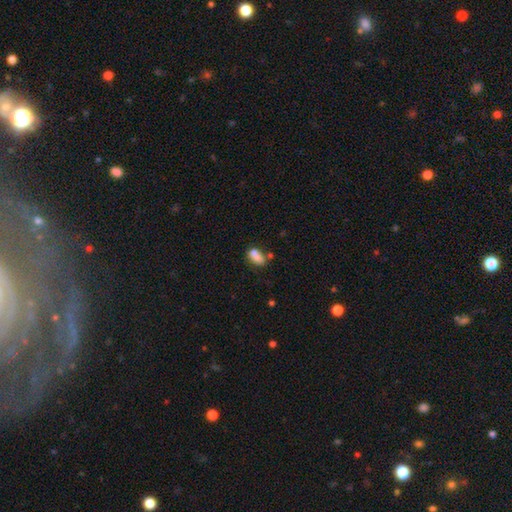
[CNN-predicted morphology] Smooth or featured: smooth — 76% (featured or disk — 14%)
How rounded: in between — 83% (round — 10%)
Merging: none — 41% (merger — 34%)